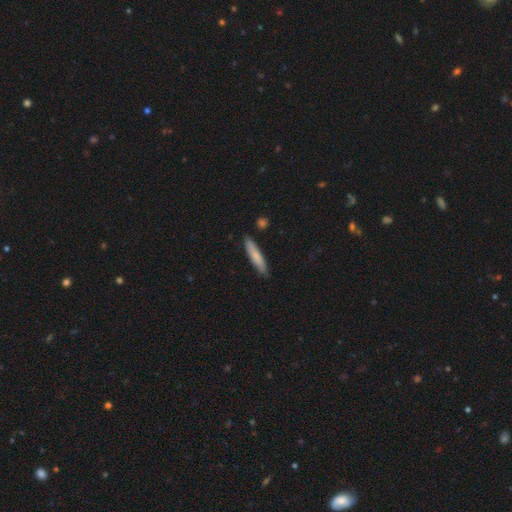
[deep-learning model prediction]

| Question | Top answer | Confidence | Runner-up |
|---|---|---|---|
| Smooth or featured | smooth | 75% | featured or disk (20%) |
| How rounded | cigar-shaped | 88% | in between (11%) |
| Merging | none | 86% | minor disturbance (10%) |